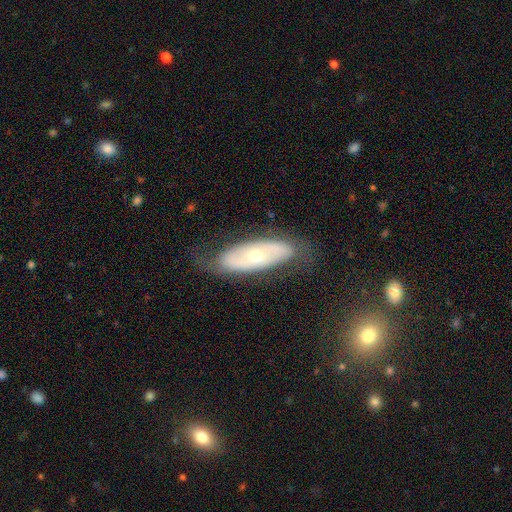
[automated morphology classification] Overall: featured or disk (63%; smooth 31%). Edge-on disk: no (81%). Bar: no (80%). Spiral arms: no (52%; yes 48%). Bulge size: small (51%; moderate 45%). Merging: none (70%).